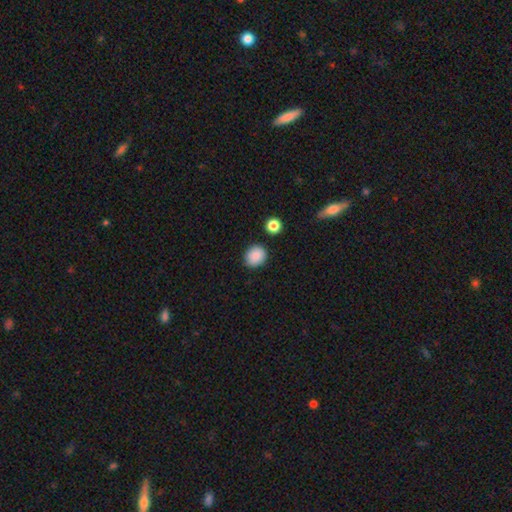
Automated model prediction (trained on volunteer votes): smooth-or-featured: smooth: 88% | star or artifact: 8% | featured or disk: 4%
  how-rounded: round: 70% | in between: 29% | cigar-shaped: 1%
  merging: none: 85% | minor disturbance: 10% | merger: 3% | major disturbance: 2%